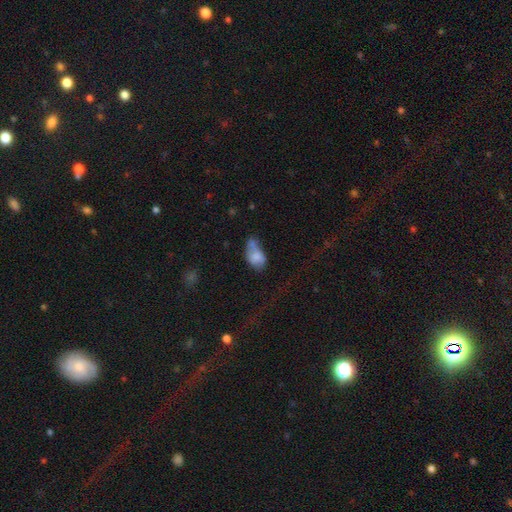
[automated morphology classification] smooth 73%, featured or disk 17%, star or artifact 10%. Down the decision tree: how rounded — in between (84%); merging — merger (35%).